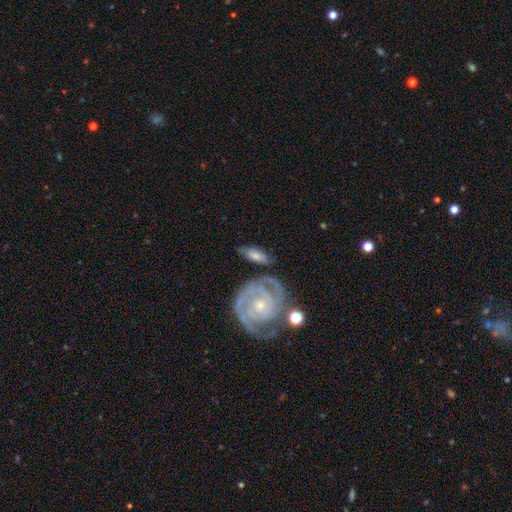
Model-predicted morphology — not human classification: Overall: featured or disk (49%; smooth 45%). Merging: none (64%).